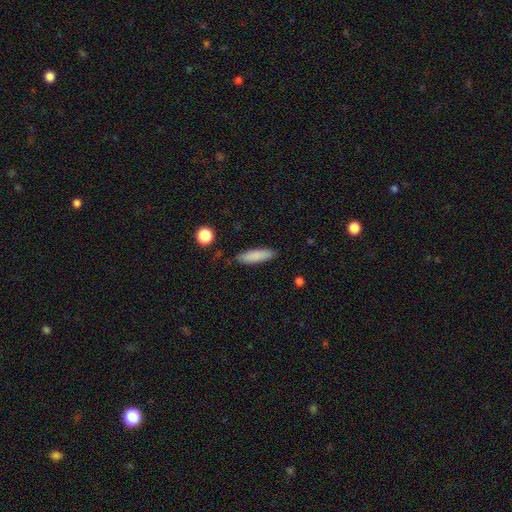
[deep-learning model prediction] smooth-or-featured: smooth: 84% | featured or disk: 10% | star or artifact: 7%
  how-rounded: cigar-shaped: 68% | in between: 30% | round: 2%
  merging: none: 85% | minor disturbance: 11% | major disturbance: 2% | merger: 2%